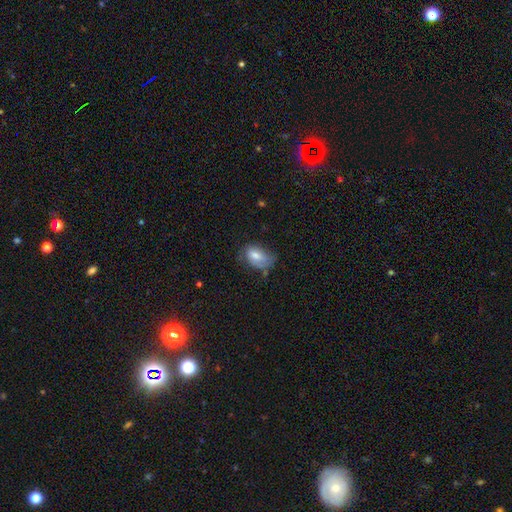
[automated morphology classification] smooth-or-featured: smooth: 68% | featured or disk: 23% | star or artifact: 9%
  how-rounded: in between: 87% | round: 10% | cigar-shaped: 2%
  merging: none: 47% | minor disturbance: 35% | major disturbance: 15% | merger: 3%